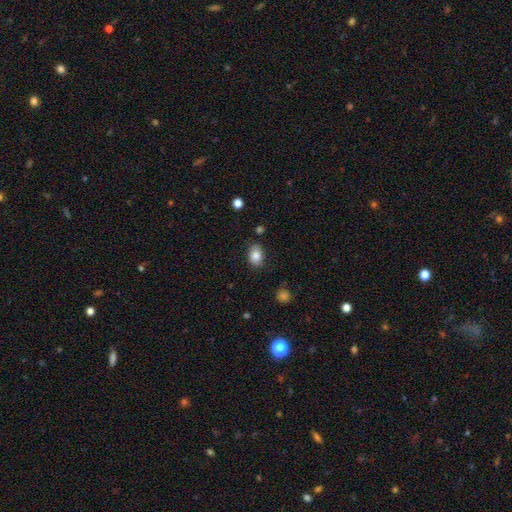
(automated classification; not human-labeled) smooth_or_featured: smooth (p=0.84) [alt: star or artifact p=0.09]
how_rounded: in between (p=0.80) [alt: round p=0.19]
merging: none (p=0.78) [alt: minor disturbance p=0.16]